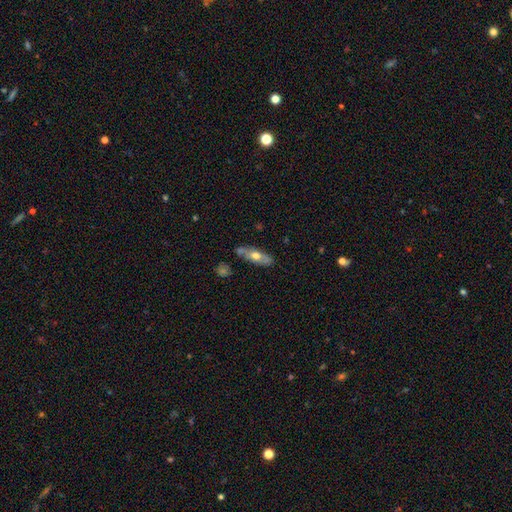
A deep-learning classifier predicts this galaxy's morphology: The model was most divided on "smooth or featured": smooth: 53%, featured or disk: 41%, star or artifact: 6%. More confident: merging — none (74%); how rounded — in between (62%).